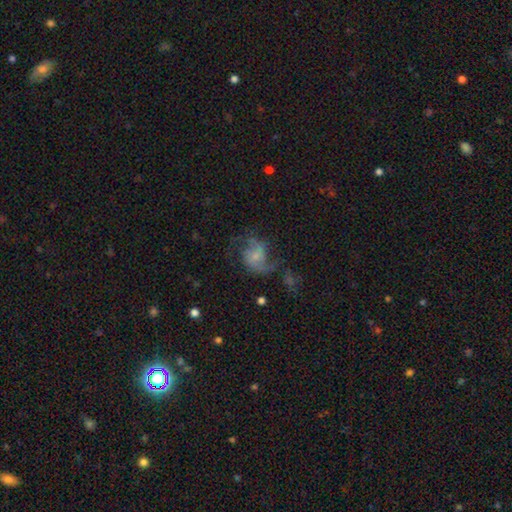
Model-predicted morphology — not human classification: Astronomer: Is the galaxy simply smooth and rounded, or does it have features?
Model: featured or disk — 73%.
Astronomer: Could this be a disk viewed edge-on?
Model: no — 98%.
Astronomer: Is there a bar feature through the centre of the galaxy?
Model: no — 56% (runner-up: weak, 37%).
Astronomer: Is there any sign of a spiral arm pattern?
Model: yes — 90%.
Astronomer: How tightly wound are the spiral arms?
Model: loose — 51% (runner-up: medium, 39%).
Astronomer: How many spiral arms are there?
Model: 2 — 78%.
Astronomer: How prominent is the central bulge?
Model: small — 58%.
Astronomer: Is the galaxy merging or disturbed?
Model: none — 47% (runner-up: major disturbance, 29%).